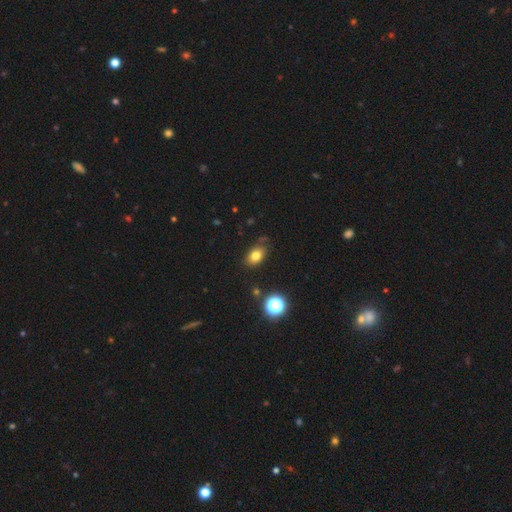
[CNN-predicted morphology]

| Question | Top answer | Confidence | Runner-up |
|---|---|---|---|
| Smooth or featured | smooth | 77% | star or artifact (13%) |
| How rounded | in between | 79% | round (20%) |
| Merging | none | 76% | minor disturbance (18%) |